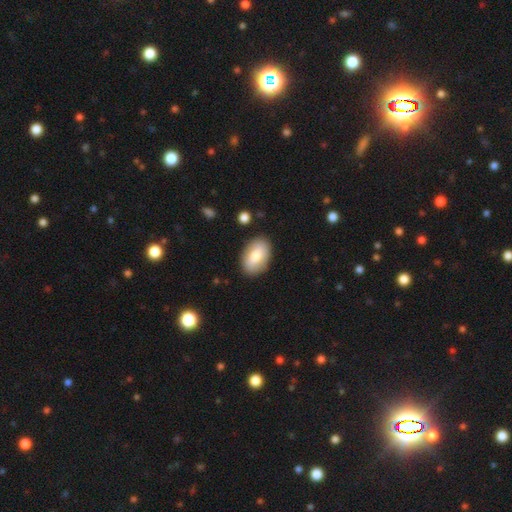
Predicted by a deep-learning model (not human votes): Smooth or featured? smooth (76%)
How rounded? in between (90%)
Merging? none (86%)